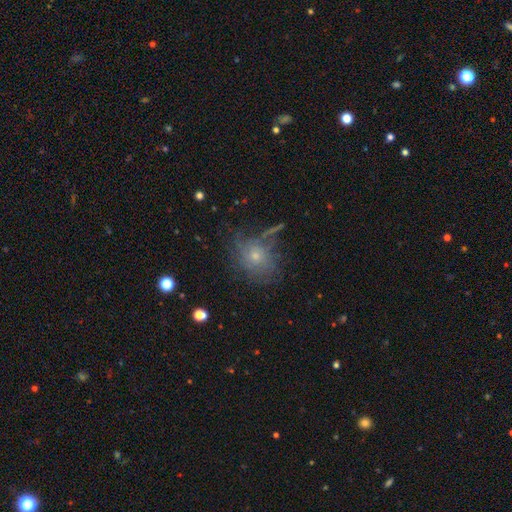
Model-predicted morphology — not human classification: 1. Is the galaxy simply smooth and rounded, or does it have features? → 57% featured or disk, 27% smooth, 16% star or artifact.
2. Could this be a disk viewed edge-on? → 96% no, 4% yes.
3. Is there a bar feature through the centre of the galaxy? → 84% no, 14% weak, 3% strong.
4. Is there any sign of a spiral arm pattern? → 75% yes, 25% no.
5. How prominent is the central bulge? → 65% small, 30% moderate, 2% none, 2% large, 1% dominant.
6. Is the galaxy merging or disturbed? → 56% none, 19% minor disturbance, 19% major disturbance, 5% merger.